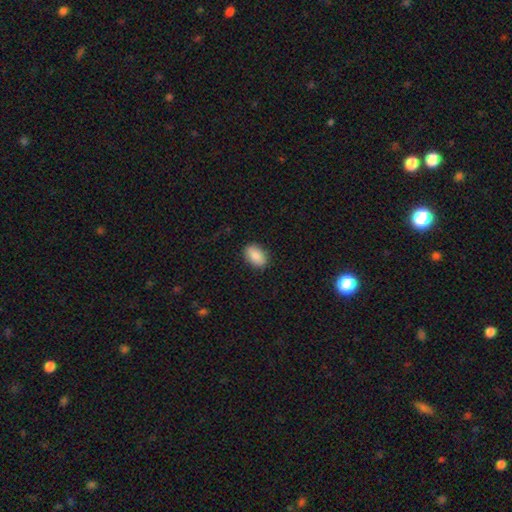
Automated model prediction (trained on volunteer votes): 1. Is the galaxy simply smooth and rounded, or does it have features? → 88% smooth, 7% star or artifact, 5% featured or disk.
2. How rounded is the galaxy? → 86% in between, 13% round, 2% cigar-shaped.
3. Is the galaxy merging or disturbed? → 88% none, 9% minor disturbance, 2% major disturbance, 1% merger.